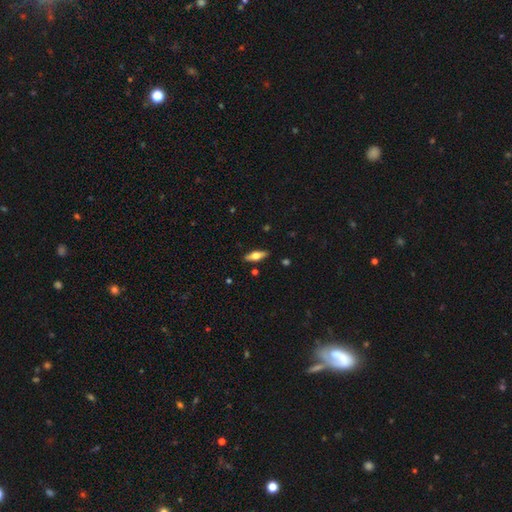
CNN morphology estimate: Smooth or featured: smooth — 51% (featured or disk — 42%)
How rounded: in between — 63% (cigar-shaped — 35%)
Merging: none — 88% (minor disturbance — 9%)